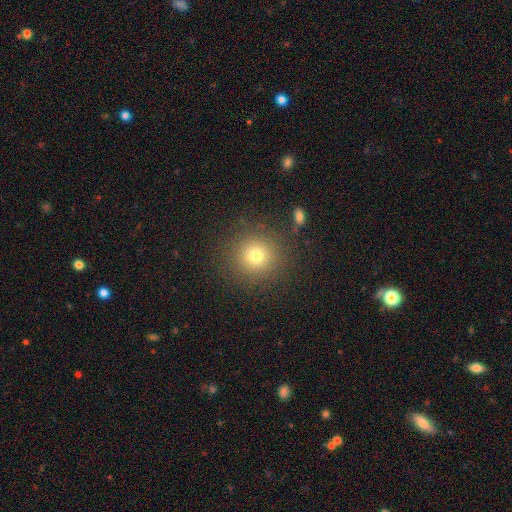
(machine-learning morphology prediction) smooth-or-featured: smooth: 76% | star or artifact: 15% | featured or disk: 9%
  how-rounded: round: 92% | in between: 7% | cigar-shaped: 1%
  merging: none: 87% | minor disturbance: 8% | major disturbance: 3% | merger: 2%